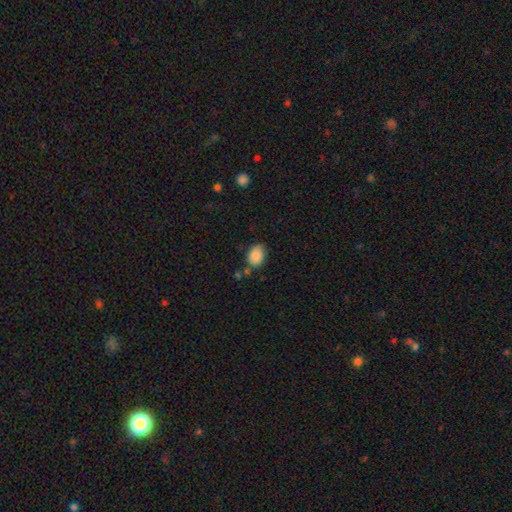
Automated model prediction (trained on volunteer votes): Morphology: type=smooth (88%); roundness=in between (72%); merging=none (73%).